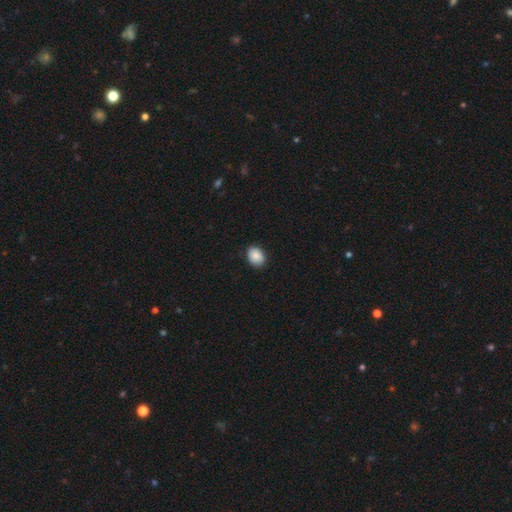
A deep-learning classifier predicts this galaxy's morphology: smooth_or_featured: smooth (p=0.87) [alt: star or artifact p=0.08]
how_rounded: in between (p=0.63) [alt: round p=0.36]
merging: none (p=0.86) [alt: minor disturbance p=0.11]